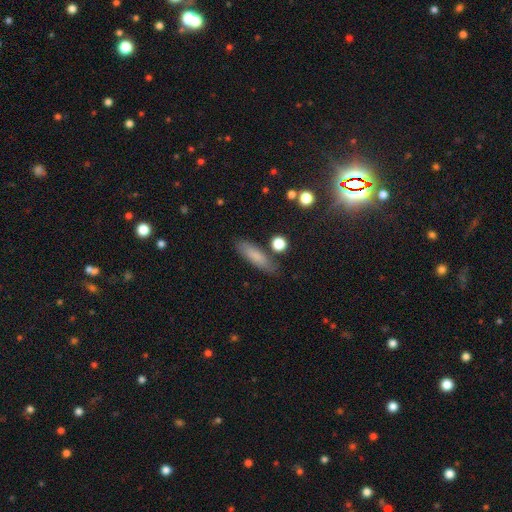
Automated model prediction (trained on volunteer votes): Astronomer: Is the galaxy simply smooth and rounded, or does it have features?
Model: smooth — 77%.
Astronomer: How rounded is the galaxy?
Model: cigar-shaped — 60% (runner-up: in between, 38%).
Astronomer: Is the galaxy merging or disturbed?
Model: none — 79%.